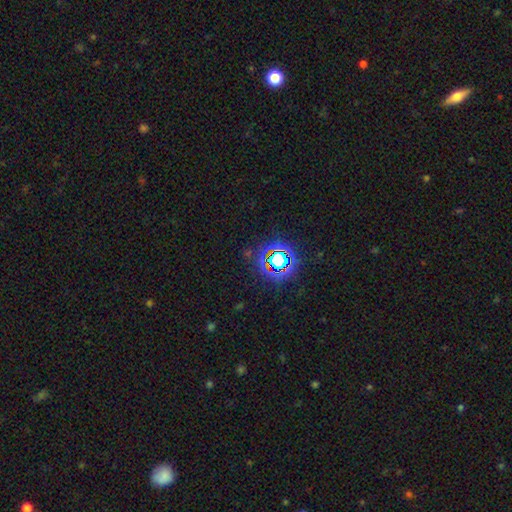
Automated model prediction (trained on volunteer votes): Morphology: type=star or artifact (74%).